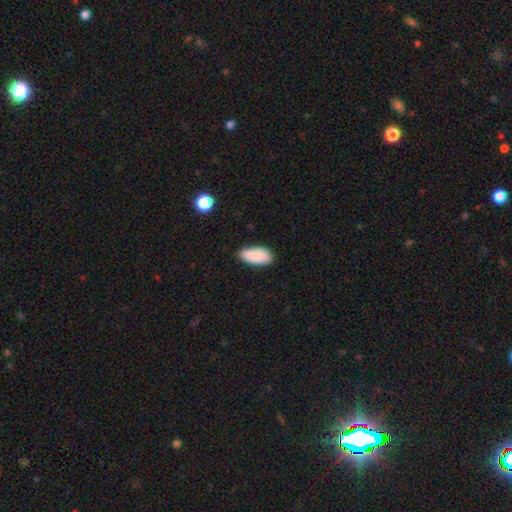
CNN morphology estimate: Smooth or featured?
  - smooth: 88% *
  - star or artifact: 6%
  - featured or disk: 6%
How rounded?
  - in between: 92% *
  - cigar-shaped: 6%
  - round: 2%
Merging?
  - none: 82% *
  - minor disturbance: 15%
  - major disturbance: 2%
  - merger: 1%